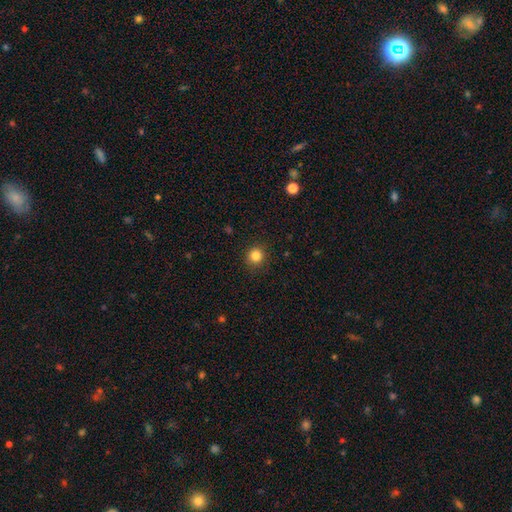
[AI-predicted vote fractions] Smooth or featured?
  - smooth: 84% *
  - star or artifact: 12%
  - featured or disk: 5%
How rounded?
  - round: 93% *
  - in between: 6%
  - cigar-shaped: 1%
Merging?
  - none: 90% *
  - minor disturbance: 6%
  - major disturbance: 2%
  - merger: 1%